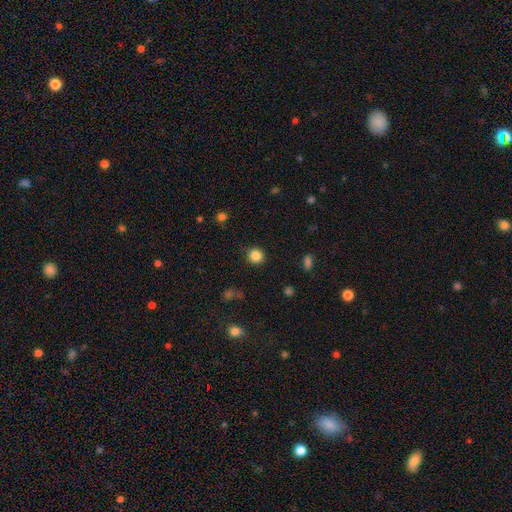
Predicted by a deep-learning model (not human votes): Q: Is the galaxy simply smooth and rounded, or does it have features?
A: smooth — 85%.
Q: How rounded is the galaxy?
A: round — 91%.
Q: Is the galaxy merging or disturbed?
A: none — 89%.